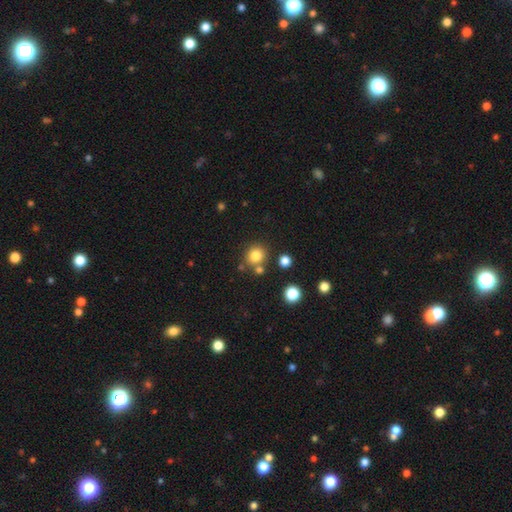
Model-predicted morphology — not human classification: Overall: smooth (80%). How rounded: round (87%). Merging: none (75%).